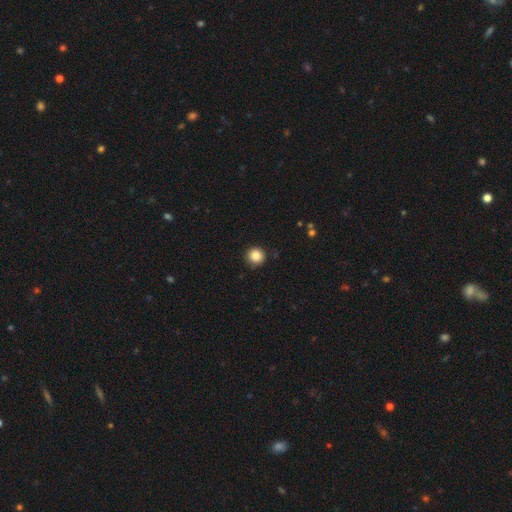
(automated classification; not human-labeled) Morphology: type=smooth (87%); roundness=round (94%); merging=none (90%).